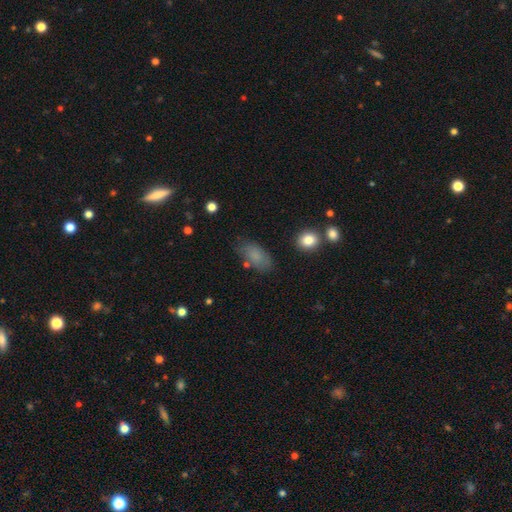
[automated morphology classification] The model was most divided on "merging": none: 72%, minor disturbance: 19%, major disturbance: 6%, merger: 4%. More confident: how rounded — in between (91%); smooth or featured — smooth (80%).